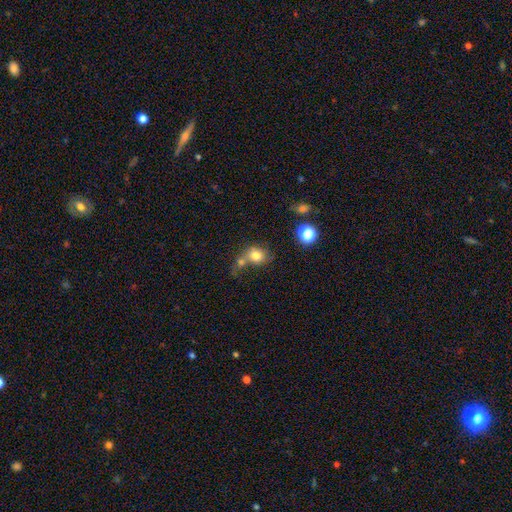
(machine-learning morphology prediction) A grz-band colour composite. It shows a smooth galaxy with no disk features (76%) that is round (68%). Merging: merger (42%).